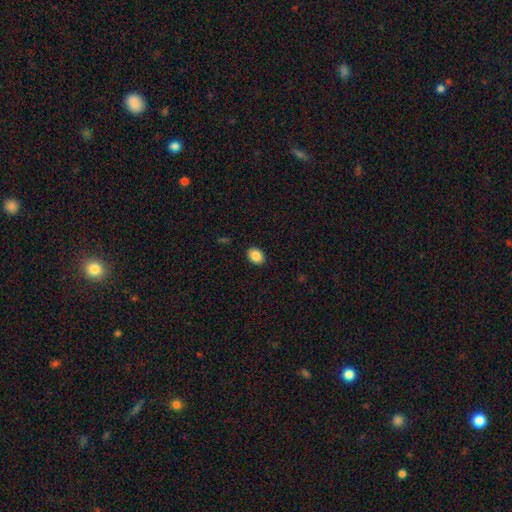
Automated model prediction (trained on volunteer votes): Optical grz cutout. It shows a smooth galaxy with no disk features (87%) that is in between round and cigar-shaped (67%). Merging: none (91%).